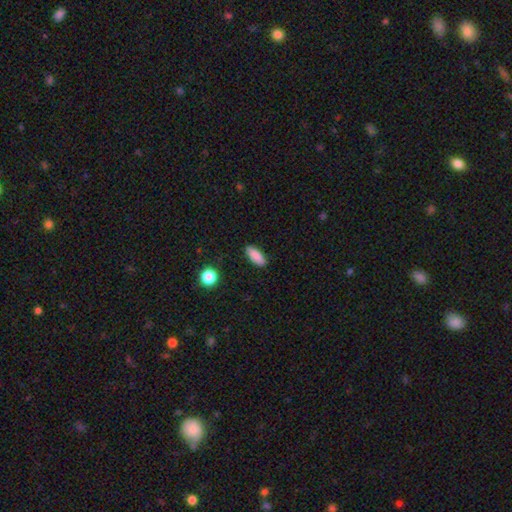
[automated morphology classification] Overall: smooth (87%). How rounded: in between (75%). Merging: none (88%).